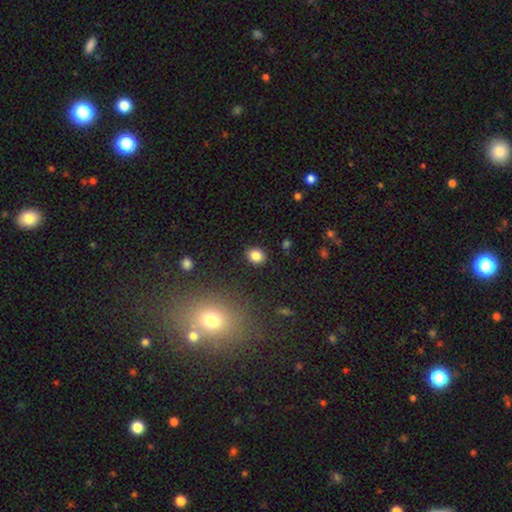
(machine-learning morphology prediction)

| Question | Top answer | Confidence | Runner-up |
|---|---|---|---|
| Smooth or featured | smooth | 84% | star or artifact (11%) |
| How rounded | round | 60% | in between (39%) |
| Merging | none | 88% | minor disturbance (8%) |